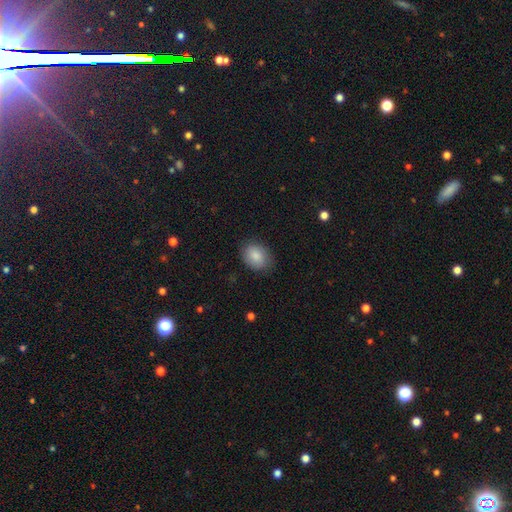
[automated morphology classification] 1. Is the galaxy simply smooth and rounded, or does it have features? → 87% smooth, 7% star or artifact, 6% featured or disk.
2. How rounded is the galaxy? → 65% in between, 34% round, 1% cigar-shaped.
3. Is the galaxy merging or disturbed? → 82% none, 14% minor disturbance, 3% major disturbance, 1% merger.